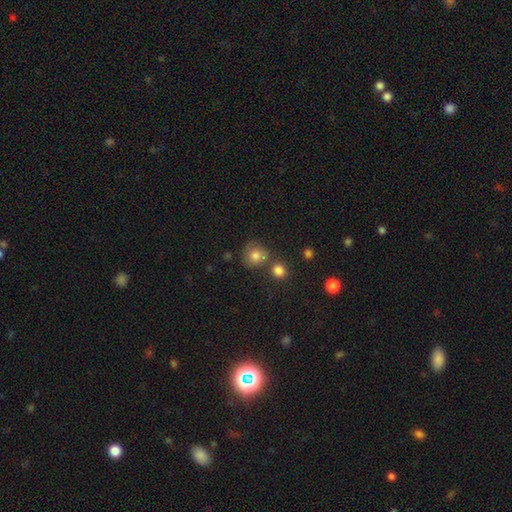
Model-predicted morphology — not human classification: type=smooth (78%); roundness=round (83%); merging=none (59%).